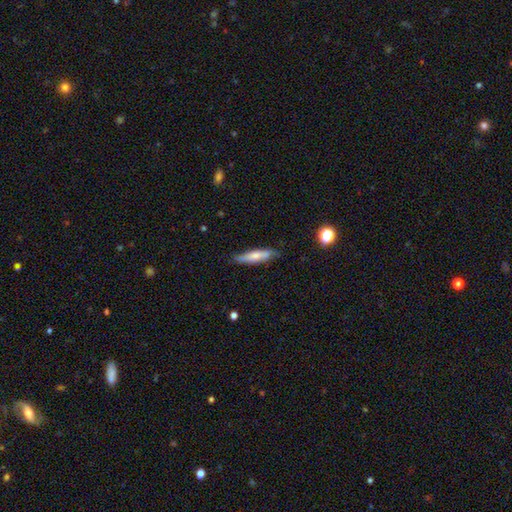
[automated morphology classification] This is likely a smooth galaxy (63%). How rounded: likely cigar-shaped (75%). Merging: likely none (77%).